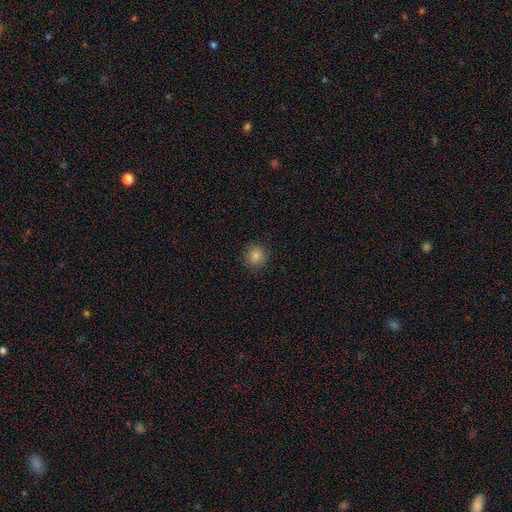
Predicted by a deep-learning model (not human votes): smooth 82%, star or artifact 12%, featured or disk 6%. Down the decision tree: how rounded — round (92%); merging — none (89%).